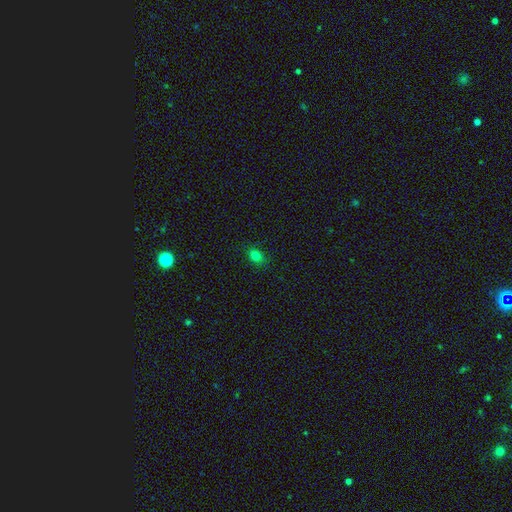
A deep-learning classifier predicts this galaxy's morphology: Smooth or featured? Predicted: smooth (p=0.80). How rounded? Predicted: in between (p=0.50). Merging? Predicted: none (p=0.86).